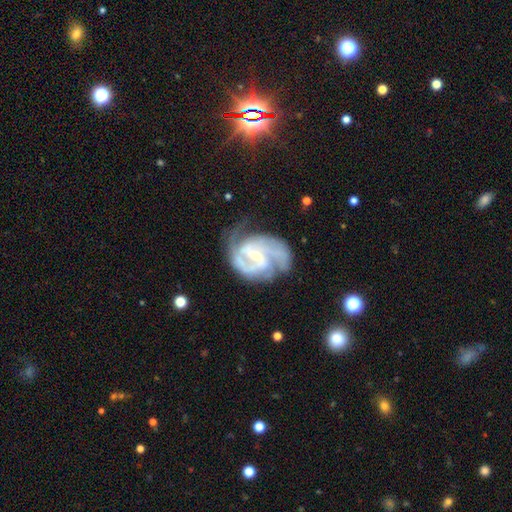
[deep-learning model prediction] The model was most divided on "spiral winding": medium: 49%, tight: 38%, loose: 13%. Remaining: edge-on disk — no (98%); spiral arms — yes (97%); smooth or featured — featured or disk (90%); bulge size — small (65%); merging — none (58%); spiral arm count — 2 (53%); bar — weak (47%).